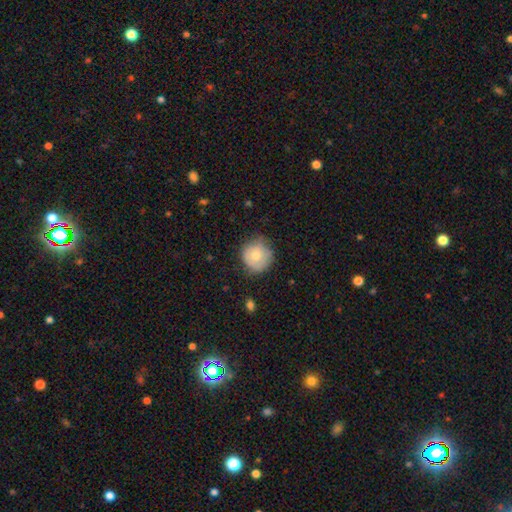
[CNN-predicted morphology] smooth-or-featured: smooth: 70% | featured or disk: 23% | star or artifact: 7%
  how-rounded: round: 91% | in between: 8% | cigar-shaped: 1%
  merging: none: 67% | minor disturbance: 26% | major disturbance: 6% | merger: 2%